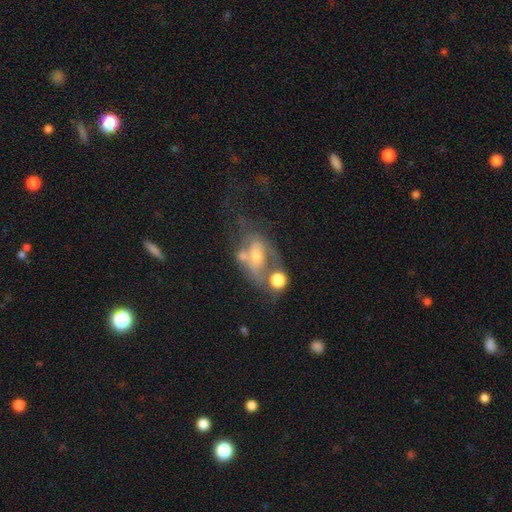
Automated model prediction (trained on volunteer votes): Overall: featured or disk (64%; smooth 25%). Edge-on disk: no (94%). Bar: no (59%; weak 28%). Spiral arms: yes (55%; no 45%). Bulge size: moderate (55%; small 36%). Merging: merger (30%; major disturbance 28%).